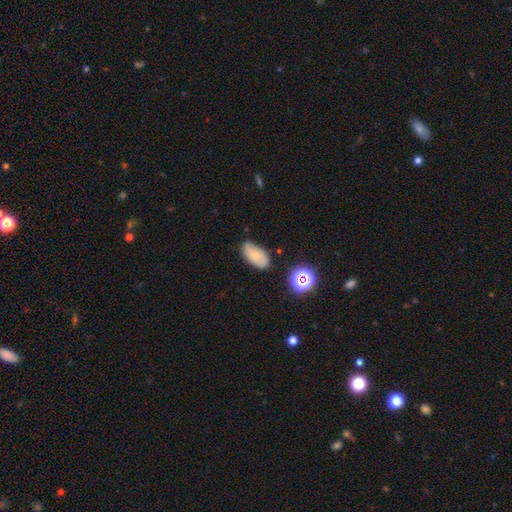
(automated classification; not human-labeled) This is likely a smooth galaxy (66%). How rounded: clearly in between (91%). Merging: likely none (69%).